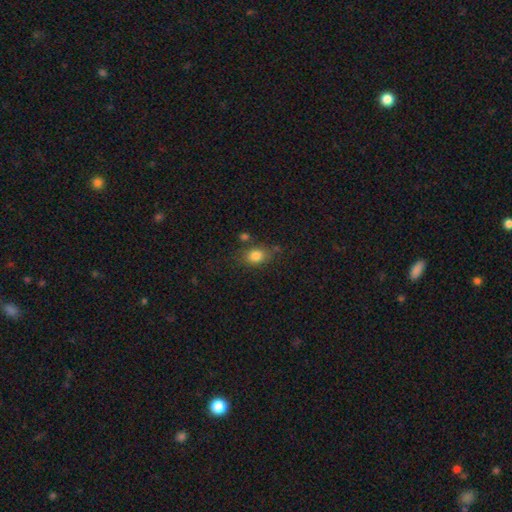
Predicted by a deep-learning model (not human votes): A smooth galaxy with no disk features (82%) that is in between round and cigar-shaped (61%). Merging: none (68%).